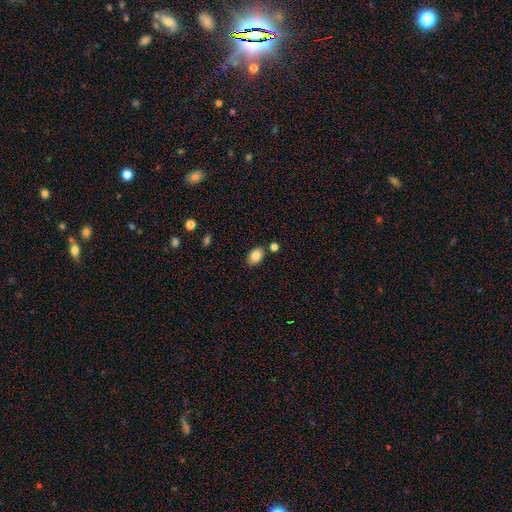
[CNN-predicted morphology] Smooth or featured: smooth — 85% (star or artifact — 9%)
How rounded: in between — 81% (round — 18%)
Merging: none — 80% (minor disturbance — 11%)